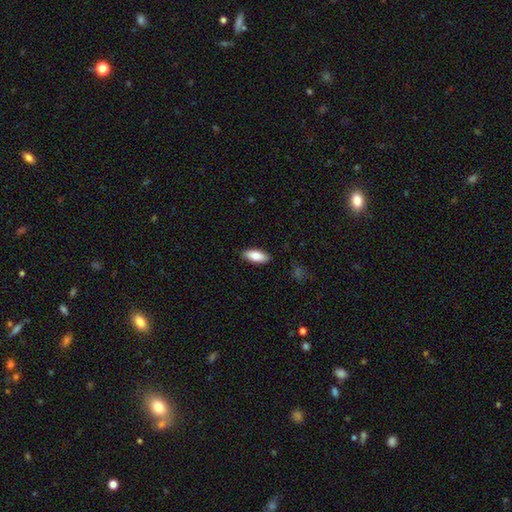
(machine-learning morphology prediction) Overall: smooth (80%). How rounded: in between (81%). Merging: none (88%).